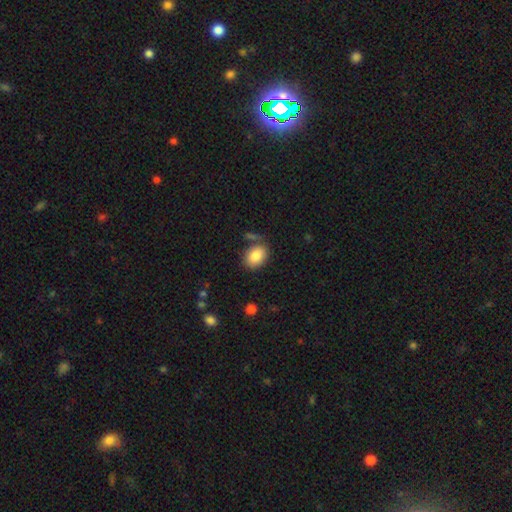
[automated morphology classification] A smooth galaxy with no disk features (85%) that is in between round and cigar-shaped (77%).

Vote fractions:
- Smooth or featured? smooth: 85% / featured or disk: 8% / star or artifact: 7%
- How rounded? in between: 77% / round: 22% / cigar-shaped: 1%
- Merging? none: 75% / minor disturbance: 13% / merger: 7% / major disturbance: 4%